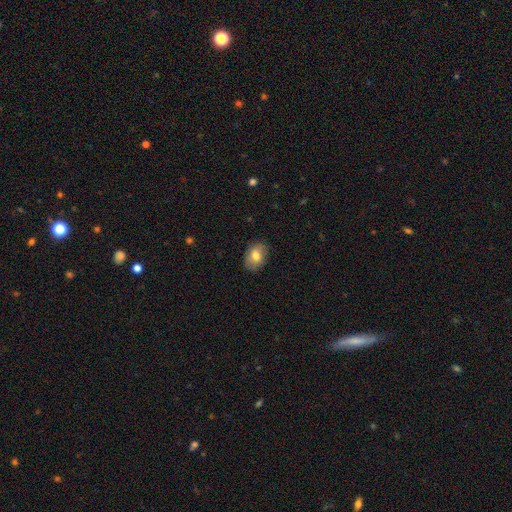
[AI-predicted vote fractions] A smooth galaxy with no disk features (76%) that is in between round and cigar-shaped (81%).

Vote fractions:
- Smooth or featured? smooth: 76% / featured or disk: 17% / star or artifact: 7%
- How rounded? in between: 81% / round: 18% / cigar-shaped: 1%
- Merging? none: 84% / minor disturbance: 13% / major disturbance: 3% / merger: 1%